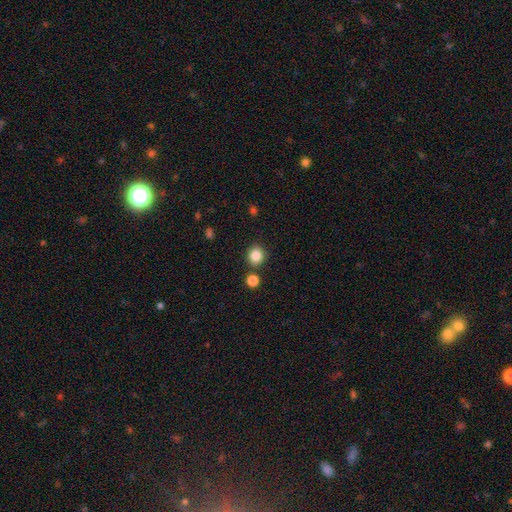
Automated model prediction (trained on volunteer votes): smooth_or_featured: smooth (p=0.85) [alt: star or artifact p=0.10]
how_rounded: round (p=0.83) [alt: in between p=0.16]
merging: none (p=0.83) [alt: minor disturbance p=0.08]